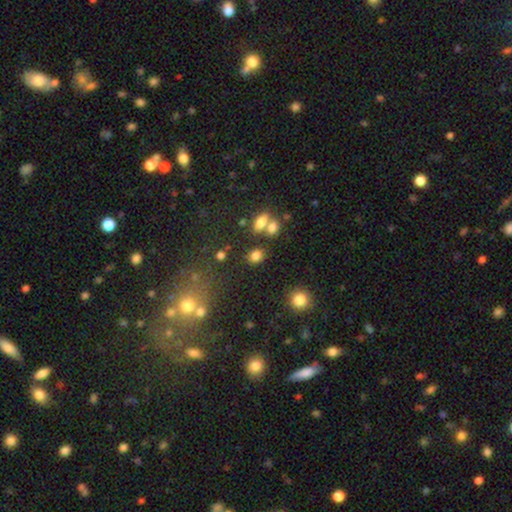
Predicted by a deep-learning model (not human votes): Morphology: type=smooth (80%); roundness=in between (59%); merging=none (70%).